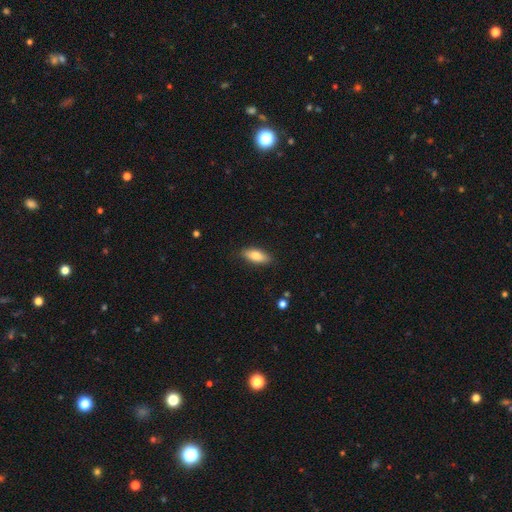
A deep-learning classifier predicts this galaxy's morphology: smooth_or_featured: smooth (p=0.79) [alt: featured or disk p=0.15]
how_rounded: in between (p=0.80) [alt: cigar-shaped p=0.17]
merging: none (p=0.86) [alt: minor disturbance p=0.11]